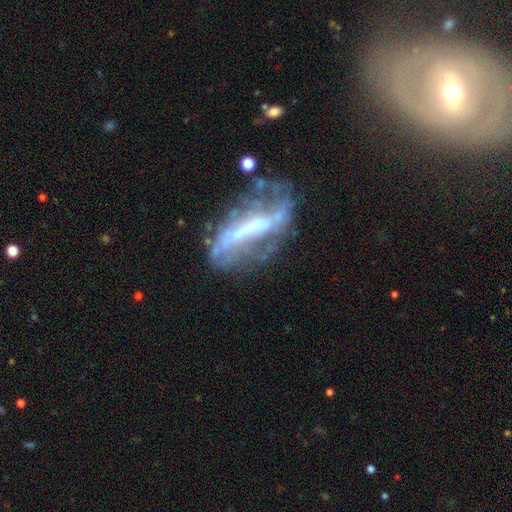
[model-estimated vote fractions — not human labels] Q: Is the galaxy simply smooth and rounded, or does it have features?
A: featured or disk — 73%.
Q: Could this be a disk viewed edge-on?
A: no — 74%.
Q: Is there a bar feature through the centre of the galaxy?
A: strong — 65%.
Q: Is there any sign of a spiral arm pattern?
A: yes — 66%.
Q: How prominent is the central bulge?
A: small — 34%.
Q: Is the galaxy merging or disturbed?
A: none — 51%.